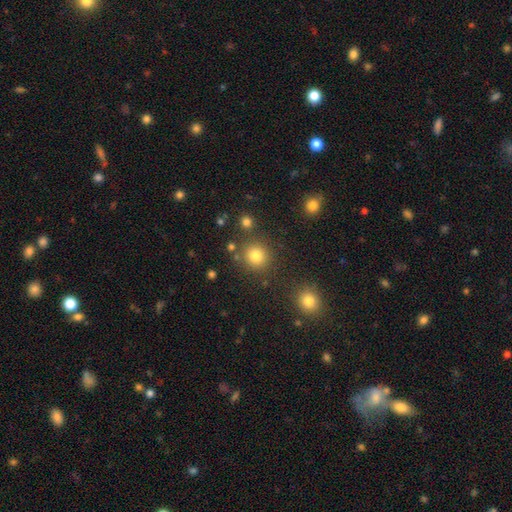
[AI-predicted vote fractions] This appears to be a smooth galaxy with no disk features (81%) that is round (91%). Merging: none (84%).